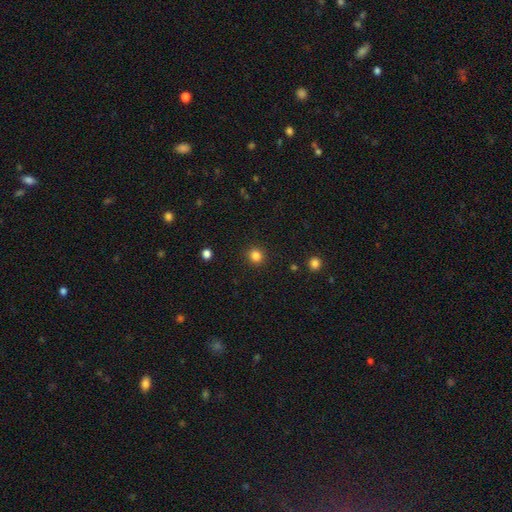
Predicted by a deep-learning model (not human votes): Overall: smooth (83%). How rounded: round (90%). Merging: none (91%).